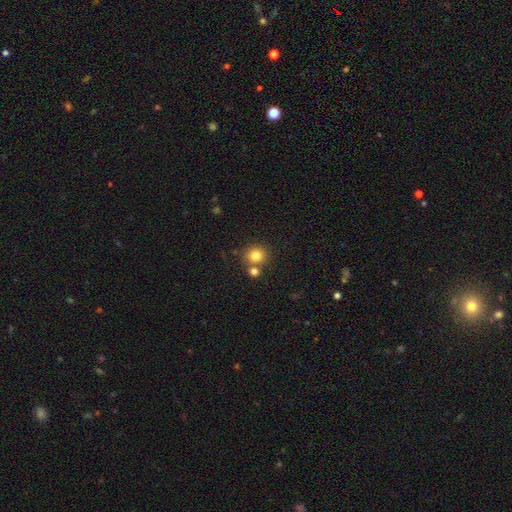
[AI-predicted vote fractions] smooth_or_featured: smooth (p=0.81) [alt: star or artifact p=0.12]
how_rounded: round (p=0.89) [alt: in between p=0.10]
merging: none (p=0.70) [alt: merger p=0.19]